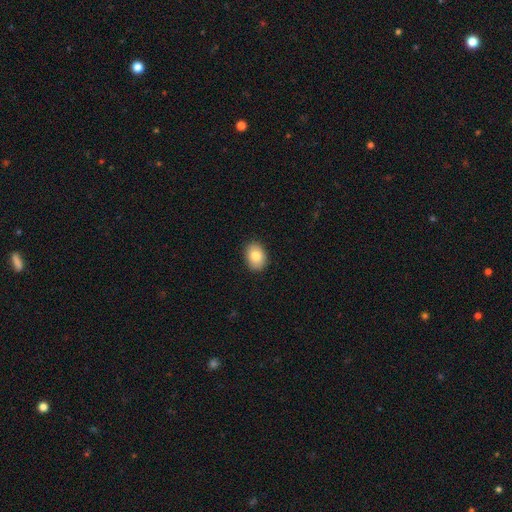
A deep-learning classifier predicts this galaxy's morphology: The model was most divided on "how rounded": in between: 74%, round: 25%, cigar-shaped: 1%. More confident: merging — none (89%); smooth or featured — smooth (84%).